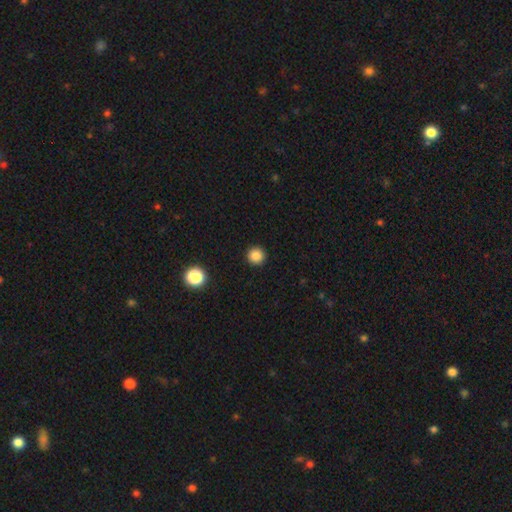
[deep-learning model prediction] Q: Smooth or featured?
A: smooth (85%); runner-up: star or artifact (11%)
Q: How rounded?
A: round (96%); runner-up: in between (3%)
Q: Merging?
A: none (93%); runner-up: minor disturbance (4%)